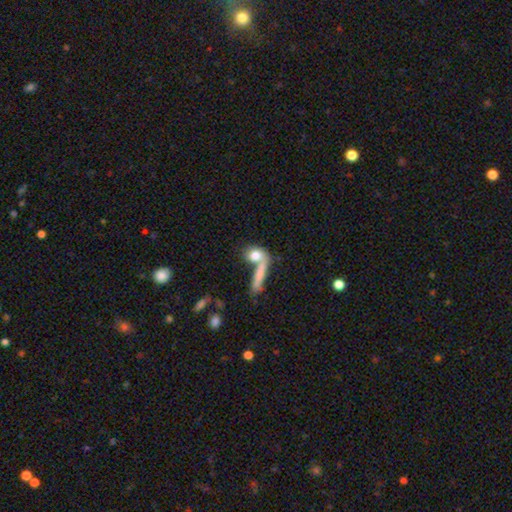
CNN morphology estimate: Smooth or featured?
  - smooth: 76% *
  - featured or disk: 16%
  - star or artifact: 8%
How rounded?
  - in between: 44% *
  - round: 35%
  - cigar-shaped: 21%
Merging?
  - merger: 43% *
  - none: 37%
  - minor disturbance: 11%
  - major disturbance: 10%